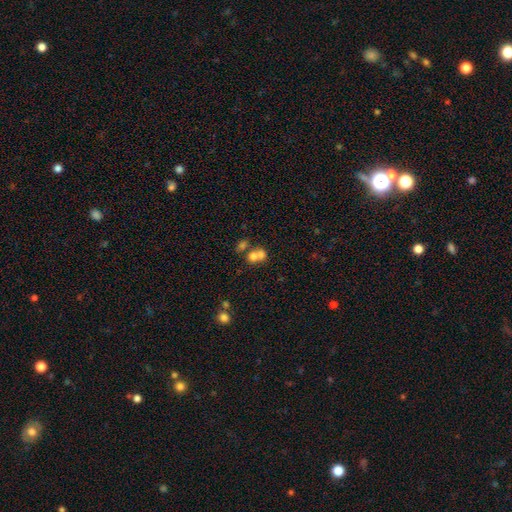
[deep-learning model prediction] A smooth galaxy with no disk features (67%) that is round (64%).

Vote fractions:
- Smooth or featured? smooth: 67% / featured or disk: 20% / star or artifact: 13%
- How rounded? round: 64% / in between: 35% / cigar-shaped: 1%
- Merging? merger: 64% / none: 26% / minor disturbance: 6% / major disturbance: 4%